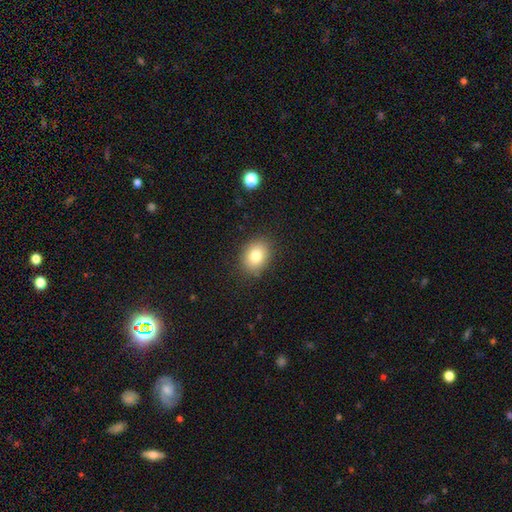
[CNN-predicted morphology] smooth-or-featured: smooth: 81% | star or artifact: 10% | featured or disk: 9%
  how-rounded: in between: 60% | round: 39% | cigar-shaped: 1%
  merging: none: 86% | minor disturbance: 10% | major disturbance: 3% | merger: 1%